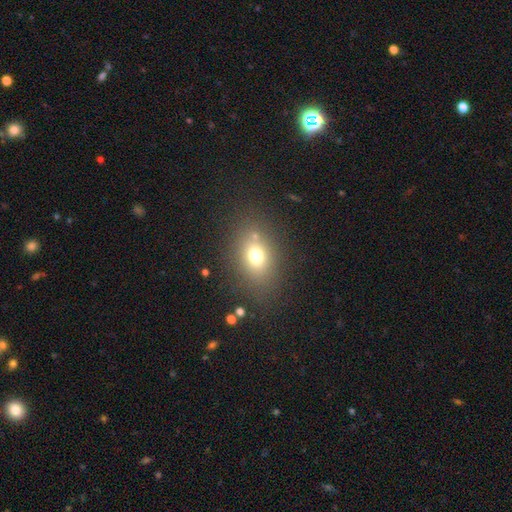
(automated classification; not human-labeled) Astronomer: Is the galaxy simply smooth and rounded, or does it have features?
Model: smooth — 71%.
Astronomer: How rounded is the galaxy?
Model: in between — 63%.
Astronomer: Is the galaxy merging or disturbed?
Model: none — 77%.